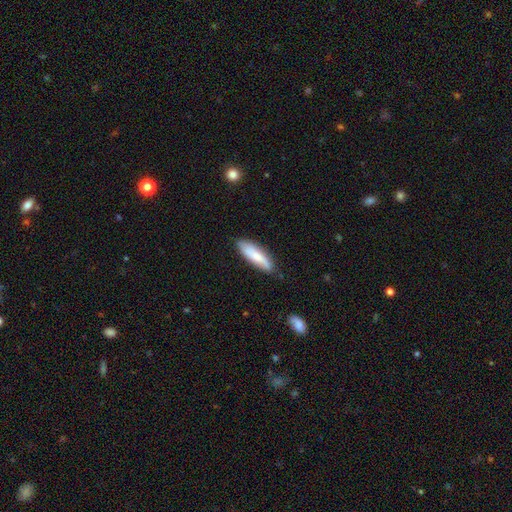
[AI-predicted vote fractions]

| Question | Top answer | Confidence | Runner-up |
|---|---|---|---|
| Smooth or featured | smooth | 69% | featured or disk (25%) |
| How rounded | cigar-shaped | 58% | in between (40%) |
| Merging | none | 80% | minor disturbance (16%) |